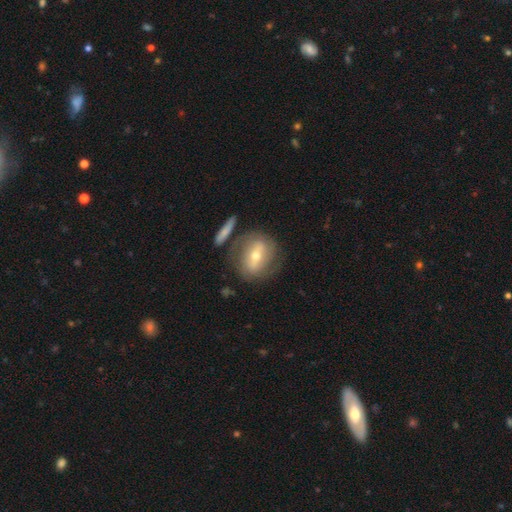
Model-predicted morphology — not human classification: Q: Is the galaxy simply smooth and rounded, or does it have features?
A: featured or disk — 55%.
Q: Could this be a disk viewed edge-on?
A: no — 84%.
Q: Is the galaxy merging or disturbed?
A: none — 68%.